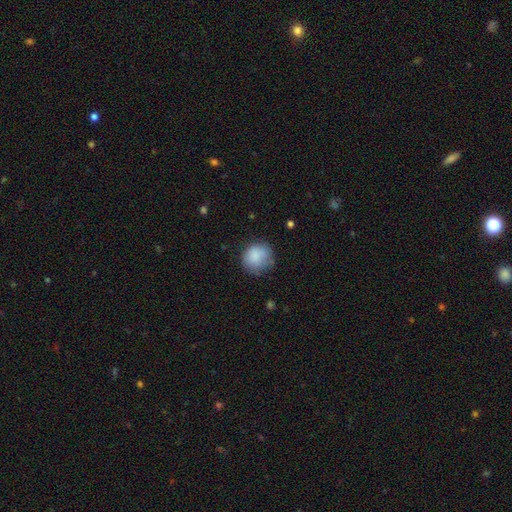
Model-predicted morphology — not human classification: Smooth or featured: smooth — 83% (featured or disk — 9%)
How rounded: round — 81% (in between — 18%)
Merging: none — 66% (minor disturbance — 24%)